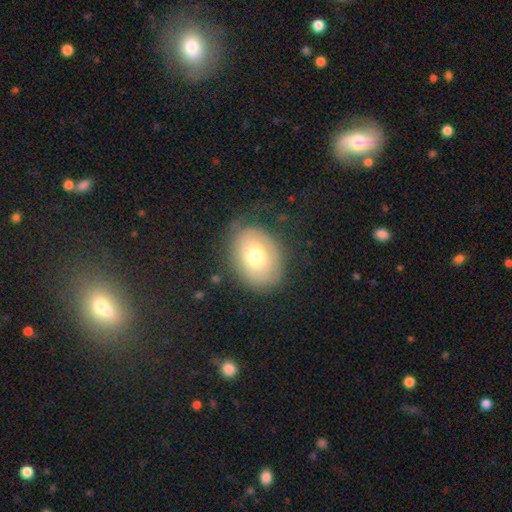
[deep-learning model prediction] Smooth or featured? Predicted: smooth (p=0.62). How rounded? Predicted: in between (p=0.69). Merging? Predicted: none (p=0.69).